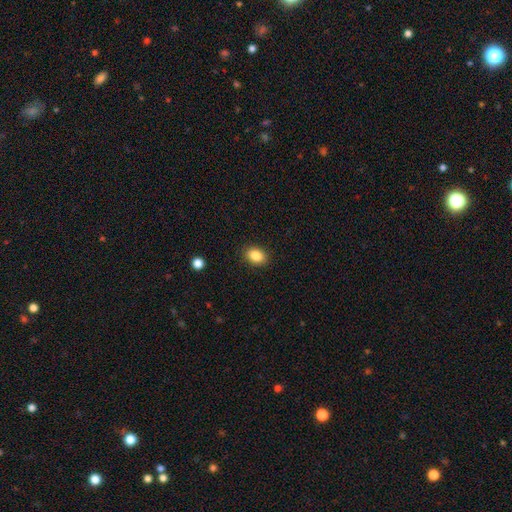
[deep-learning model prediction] A smooth galaxy with no disk features (87%) that is in between round and cigar-shaped (76%). Merging: none (88%).